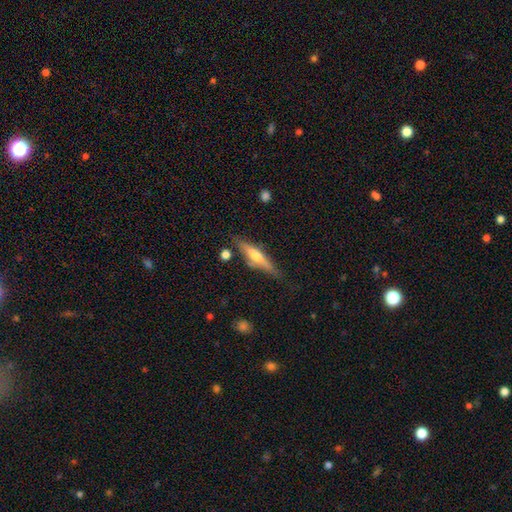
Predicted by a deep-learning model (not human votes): Smooth or featured?
  - featured or disk: 59% *
  - smooth: 34%
  - star or artifact: 7%
Edge-on disk?
  - yes: 94% *
  - no: 6%
Edge-on bulge?
  - rounded: 86% *
  - boxy: 8%
  - none: 6%
Merging?
  - none: 75% *
  - minor disturbance: 16%
  - merger: 5%
  - major disturbance: 4%